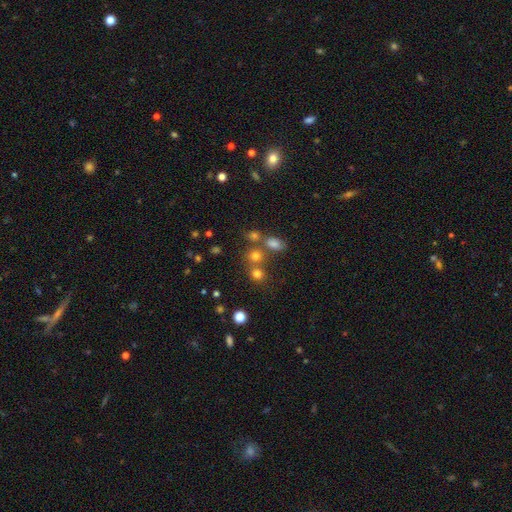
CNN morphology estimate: Overall: smooth (71%). How rounded: round (79%). Merging: none (60%; merger 26%).